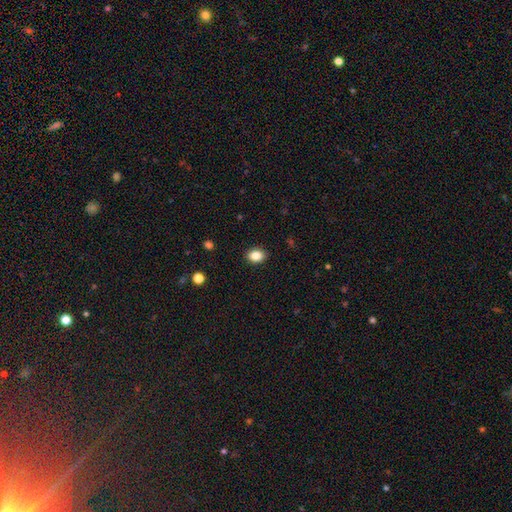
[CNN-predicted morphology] smooth-or-featured: smooth: 86% | star or artifact: 9% | featured or disk: 4%
  how-rounded: in between: 62% | round: 37% | cigar-shaped: 1%
  merging: none: 89% | minor disturbance: 8% | major disturbance: 2% | merger: 1%